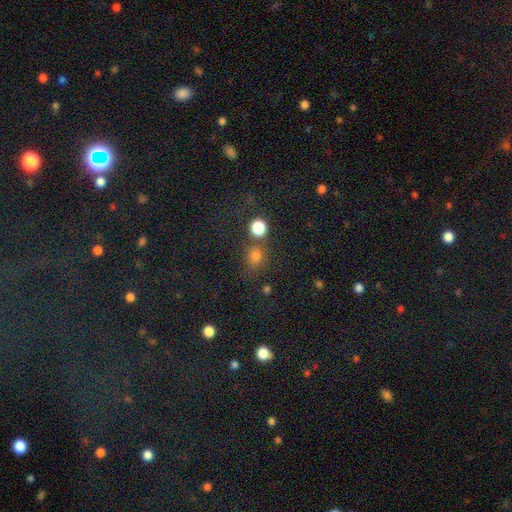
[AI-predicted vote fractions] A smooth galaxy with no disk features (73%) that is round (80%).

Vote fractions:
- Smooth or featured? smooth: 73% / star or artifact: 21% / featured or disk: 7%
- How rounded? round: 80% / in between: 19% / cigar-shaped: 1%
- Merging? none: 68% / merger: 16% / minor disturbance: 11% / major disturbance: 5%